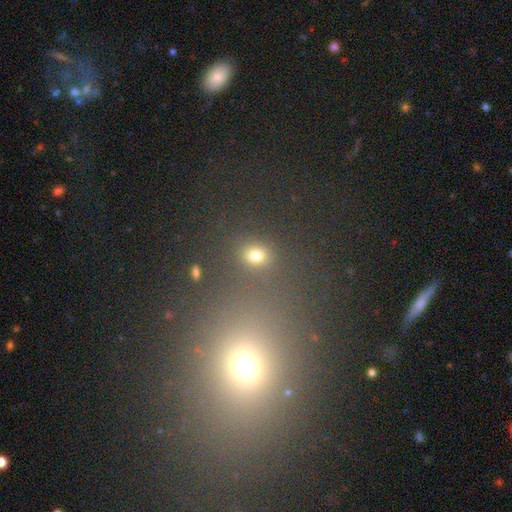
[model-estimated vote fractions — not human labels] smooth 69%, star or artifact 23%, featured or disk 8%. Down the decision tree: how rounded — round (60%); merging — none (79%).